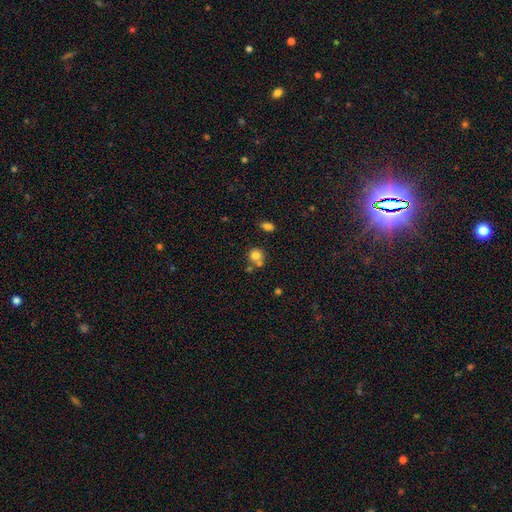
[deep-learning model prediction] Q: Smooth or featured?
A: smooth (77%); runner-up: star or artifact (12%)
Q: How rounded?
A: round (85%); runner-up: in between (14%)
Q: Merging?
A: none (53%); runner-up: merger (33%)